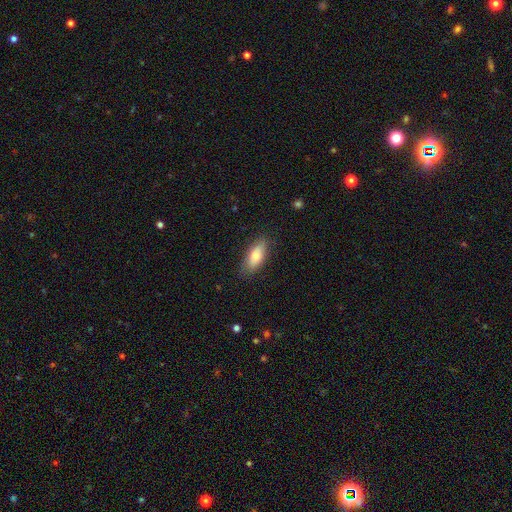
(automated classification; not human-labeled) Smooth or featured? smooth (71%)
How rounded? in between (75%)
Merging? none (83%)